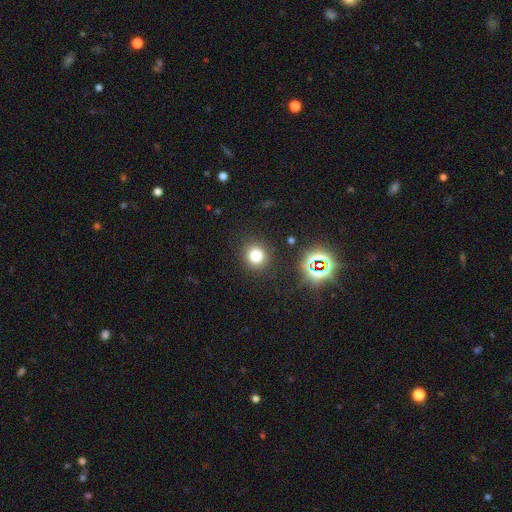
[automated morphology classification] Smooth or featured? Predicted: smooth (p=0.75). How rounded? Predicted: round (p=0.88). Merging? Predicted: none (p=0.88).